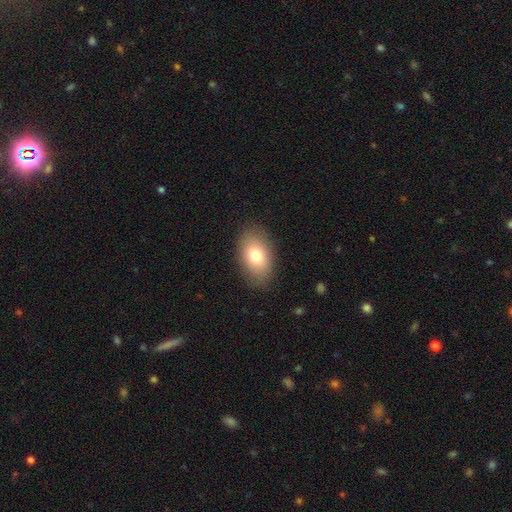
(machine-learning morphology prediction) The model was most divided on "smooth or featured": smooth: 77%, featured or disk: 15%, star or artifact: 8%. More confident: how rounded — in between (90%); merging — none (85%).